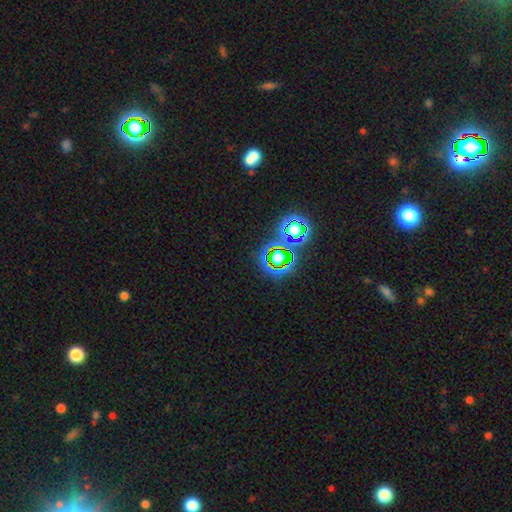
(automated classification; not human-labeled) Overall: star or artifact (69%).